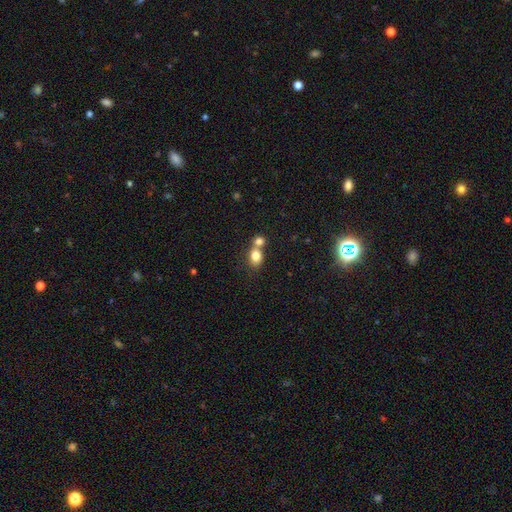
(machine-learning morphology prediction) Q: Smooth or featured?
A: smooth (80%); runner-up: star or artifact (10%)
Q: How rounded?
A: in between (55%); runner-up: round (44%)
Q: Merging?
A: merger (53%); runner-up: none (36%)